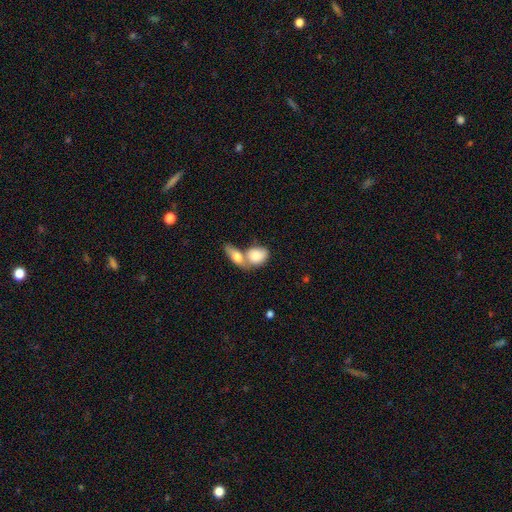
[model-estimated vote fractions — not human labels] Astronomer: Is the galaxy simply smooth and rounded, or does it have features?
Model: smooth — 80%.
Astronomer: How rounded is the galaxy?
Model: in between — 74%.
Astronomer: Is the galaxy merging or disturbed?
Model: merger — 68%.